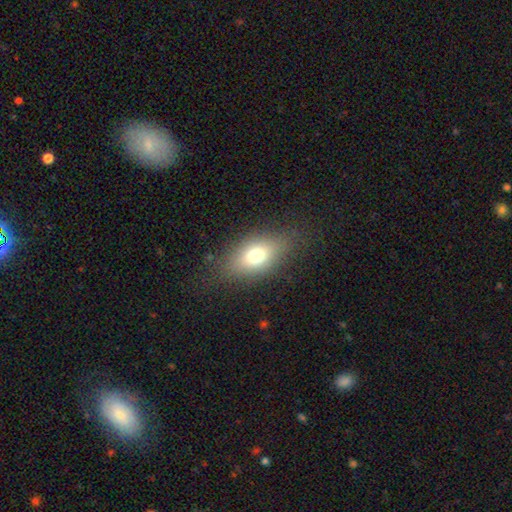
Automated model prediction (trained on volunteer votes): smooth_or_featured: smooth (p=0.71) [alt: featured or disk p=0.17]
how_rounded: in between (p=0.81) [alt: round p=0.14]
merging: none (p=0.79) [alt: minor disturbance p=0.14]